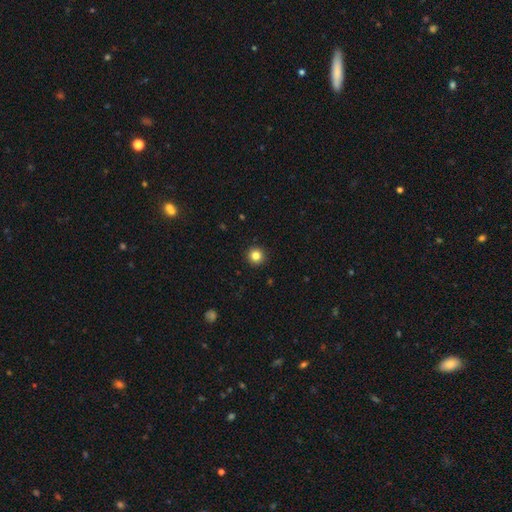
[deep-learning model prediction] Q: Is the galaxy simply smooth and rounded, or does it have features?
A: smooth — 83%.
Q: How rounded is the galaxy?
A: round — 96%.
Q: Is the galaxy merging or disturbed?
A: none — 93%.